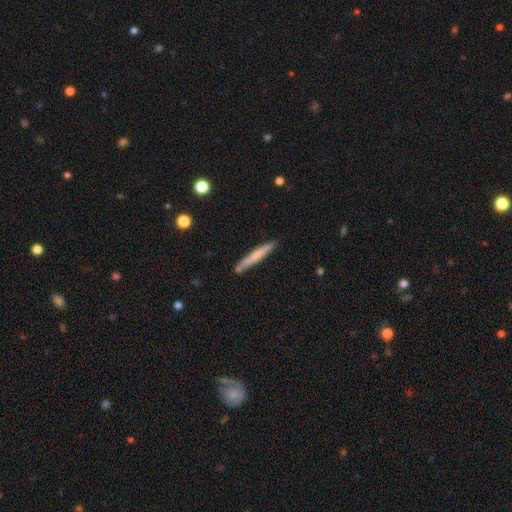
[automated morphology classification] type=smooth (62%); roundness=cigar-shaped (96%); merging=none (83%).